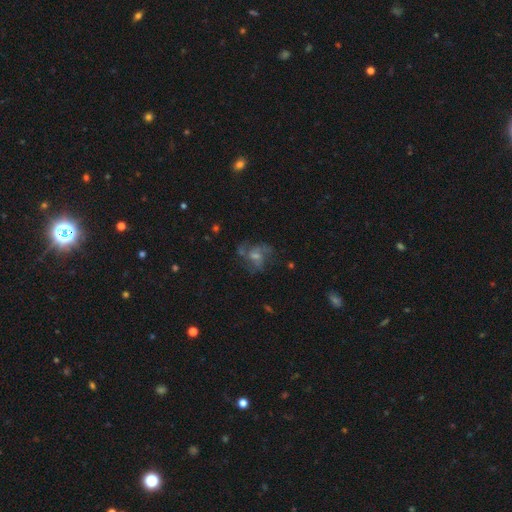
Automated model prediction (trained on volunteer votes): Smooth or featured? Predicted: featured or disk (p=0.64). Edge-on disk? Predicted: no (p=0.97). Bar? Predicted: no (p=0.64). Spiral arms? Predicted: yes (p=0.80). Bulge size? Predicted: small (p=0.43). Merging? Predicted: none (p=0.60).